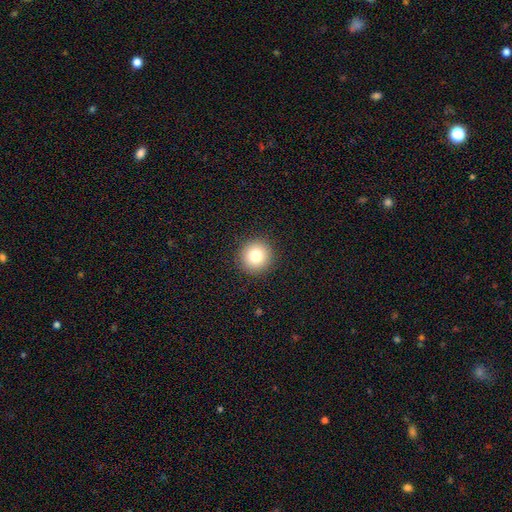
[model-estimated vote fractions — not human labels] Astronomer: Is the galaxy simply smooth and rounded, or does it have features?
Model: smooth — 79%.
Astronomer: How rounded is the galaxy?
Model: round — 95%.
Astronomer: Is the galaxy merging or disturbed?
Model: none — 92%.